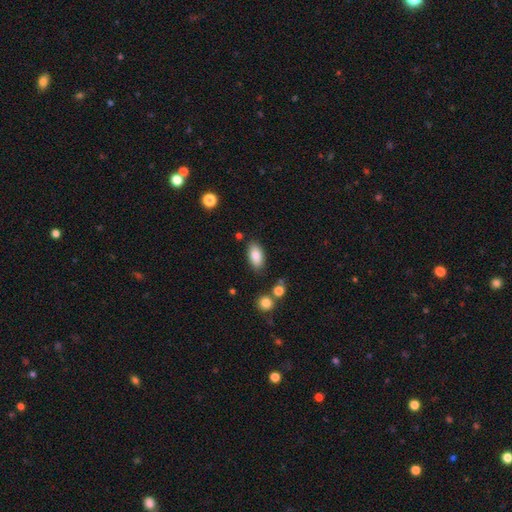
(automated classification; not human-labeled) Smooth or featured? smooth (85%)
How rounded? in between (92%)
Merging? none (82%)